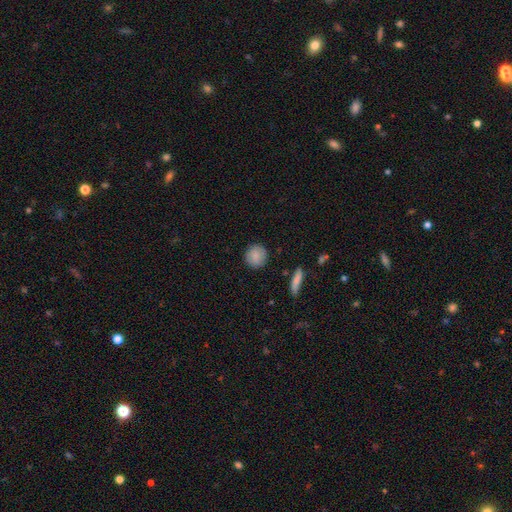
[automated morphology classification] Smooth or featured? smooth (87%)
How rounded? round (91%)
Merging? none (89%)